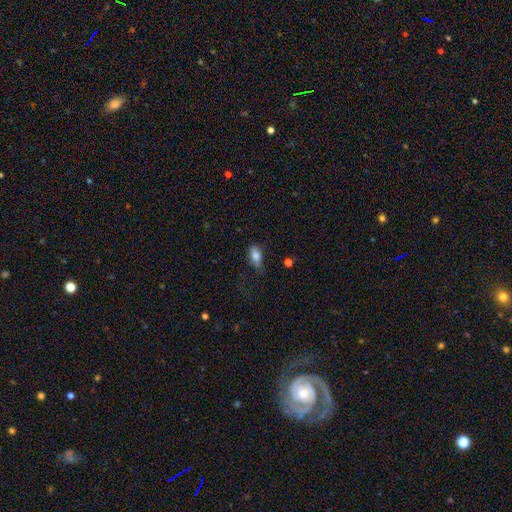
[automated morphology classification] This appears to be a smooth galaxy with no disk features (77%) that is in between round and cigar-shaped (83%). Merging: none (63%).